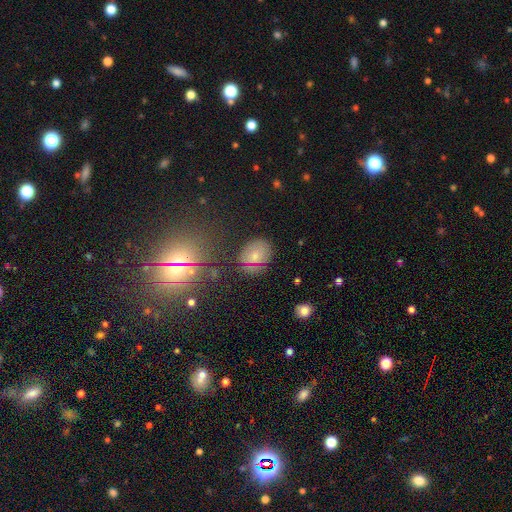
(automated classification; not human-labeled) Smooth or featured? Predicted: smooth (p=0.46). Merging? Predicted: none (p=0.70).